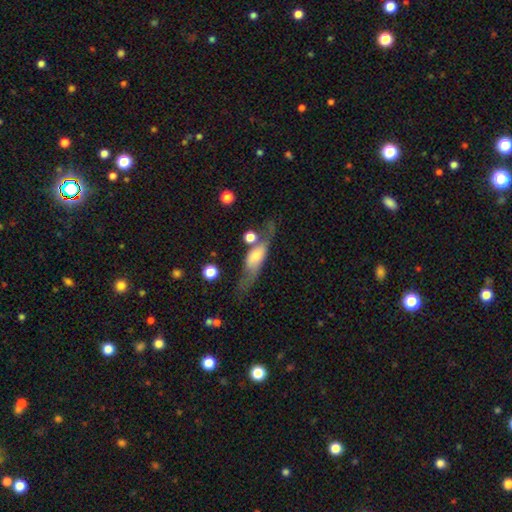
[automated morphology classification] Smooth or featured: featured or disk — 54% (smooth — 39%)
Edge-on disk: yes — 52% (no — 48%)
Merging: none — 50% (minor disturbance — 21%)